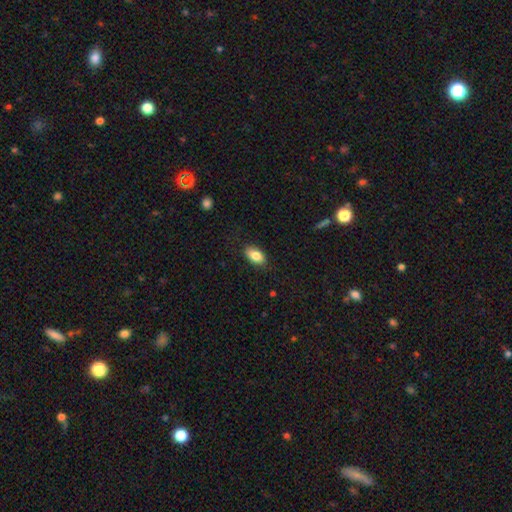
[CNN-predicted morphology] Smooth or featured? smooth (84%)
How rounded? in between (92%)
Merging? none (84%)